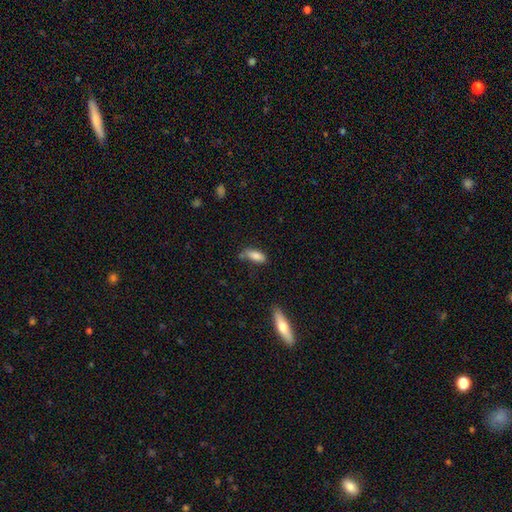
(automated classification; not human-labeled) This is clearly a smooth galaxy (82%). How rounded: clearly in between (80%). Merging: possibly none (53%).